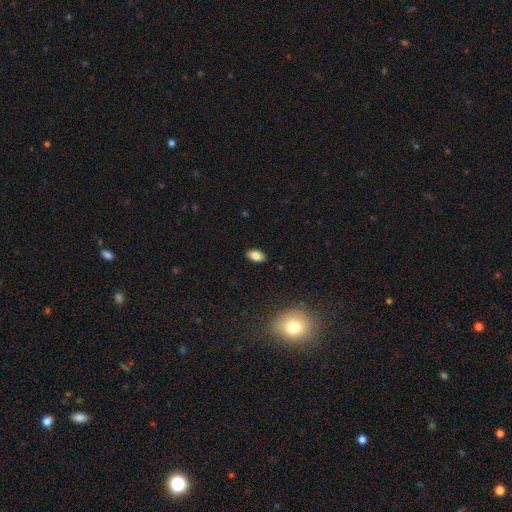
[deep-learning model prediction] Overall: smooth (83%). How rounded: in between (91%). Merging: none (88%).